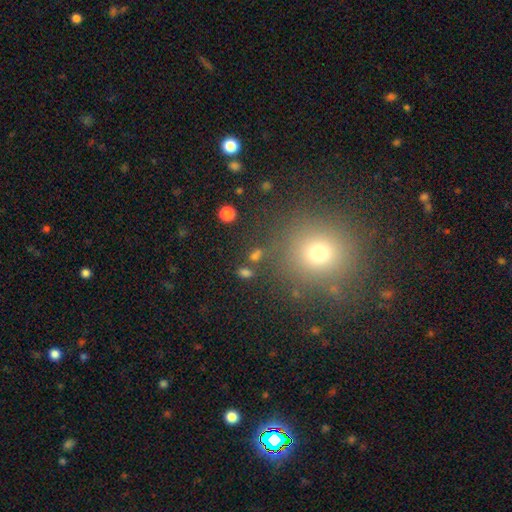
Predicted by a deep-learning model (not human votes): The model was most divided on "smooth or featured": smooth: 64%, star or artifact: 27%, featured or disk: 9%. More confident: merging — none (80%); how rounded — round (75%).